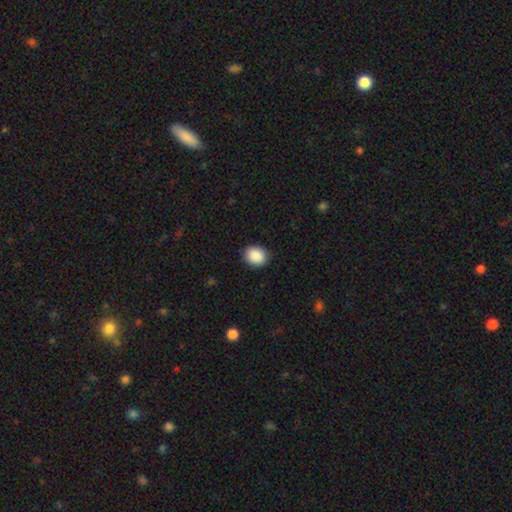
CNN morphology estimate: Smooth or featured?
  - smooth: 89% *
  - star or artifact: 8%
  - featured or disk: 3%
How rounded?
  - round: 56% *
  - in between: 43%
  - cigar-shaped: 1%
Merging?
  - none: 87% *
  - minor disturbance: 9%
  - major disturbance: 2%
  - merger: 1%